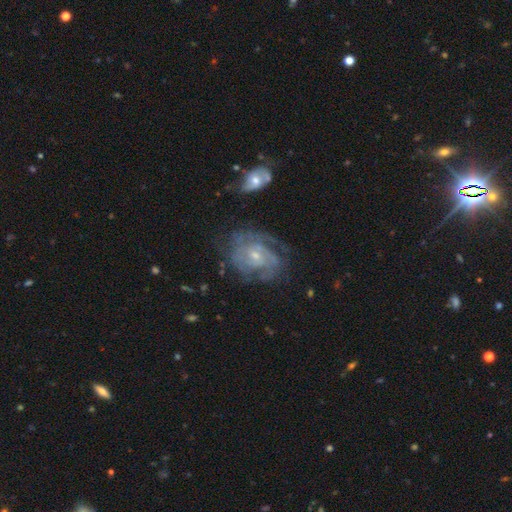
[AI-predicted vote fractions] A featured or disk galaxy (85%) with no bar (60%), tight (64%) spiral arms (93%) and a small central bulge (64%).

Vote fractions:
- Smooth or featured? featured or disk: 85% / smooth: 9% / star or artifact: 6%
- Edge-on disk? no: 97% / yes: 3%
- Bar? no: 60% / weak: 34% / strong: 6%
- Spiral arms? yes: 93% / no: 7%
- Spiral winding? tight: 64% / medium: 29% / loose: 7%
- Spiral arm count? can't tell: 36% / 2: 26% / 3: 20% / 4: 8% / 1: 5% / more than 4: 5%
- Bulge size? small: 64% / moderate: 32% / none: 2% / large: 1% / dominant: 1%
- Merging? none: 64% / minor disturbance: 20% / major disturbance: 13% / merger: 3%